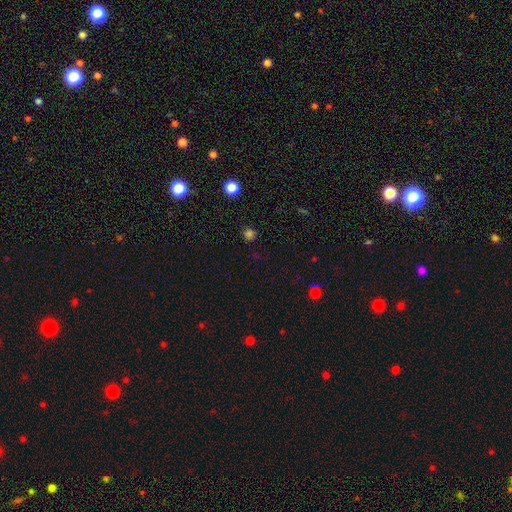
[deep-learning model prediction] This is possibly a smooth galaxy (54%). How rounded: clearly round (86%). Merging: clearly none (82%).